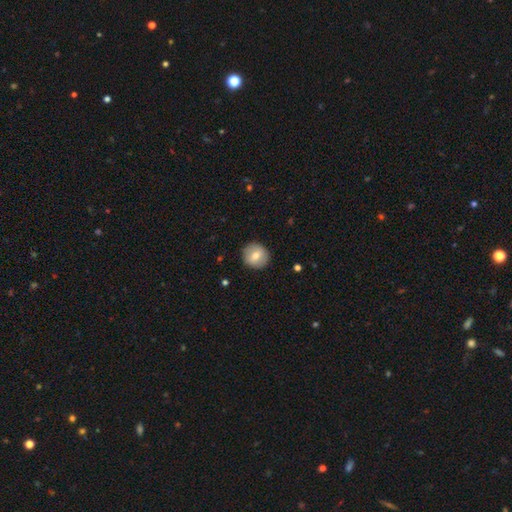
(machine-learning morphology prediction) Overall: smooth (71%). How rounded: round (91%). Merging: none (89%).